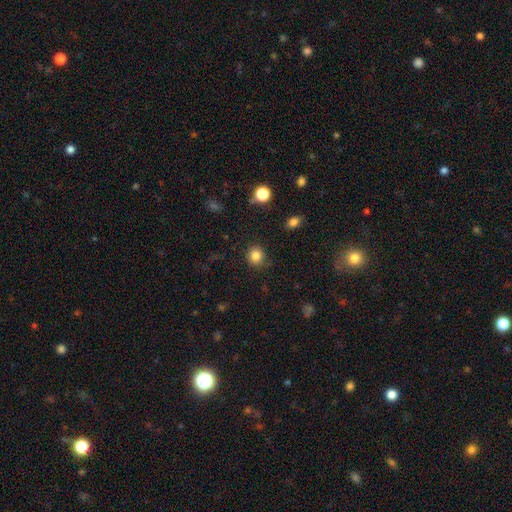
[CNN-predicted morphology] smooth-or-featured: smooth: 85% | star or artifact: 11% | featured or disk: 4%
  how-rounded: round: 89% | in between: 10% | cigar-shaped: 1%
  merging: none: 87% | minor disturbance: 9% | major disturbance: 3% | merger: 1%